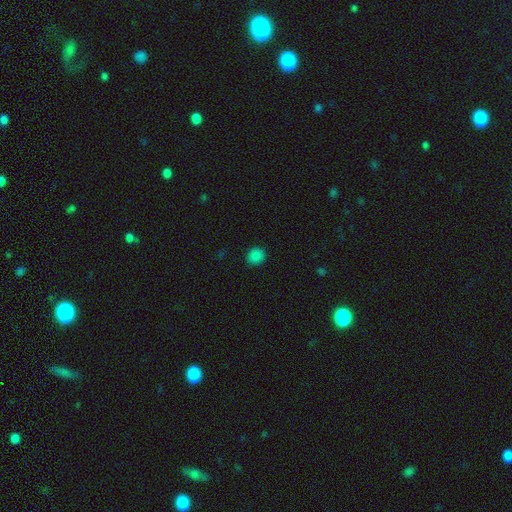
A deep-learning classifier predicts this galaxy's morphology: Overall: smooth (84%). How rounded: round (83%). Merging: none (90%).